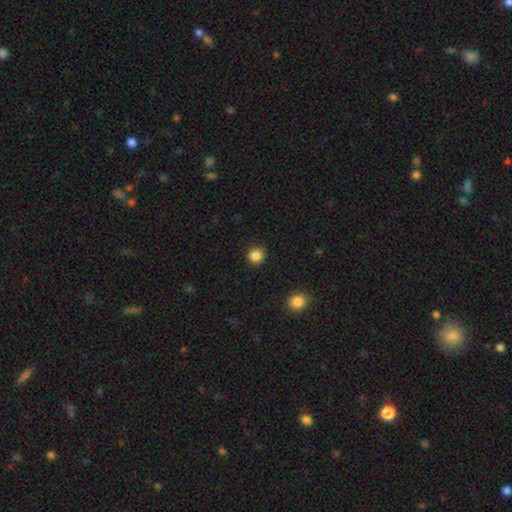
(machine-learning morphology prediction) The model was most divided on "smooth or featured": smooth: 86%, star or artifact: 11%, featured or disk: 3%. More confident: merging — none (90%); how rounded — round (89%).